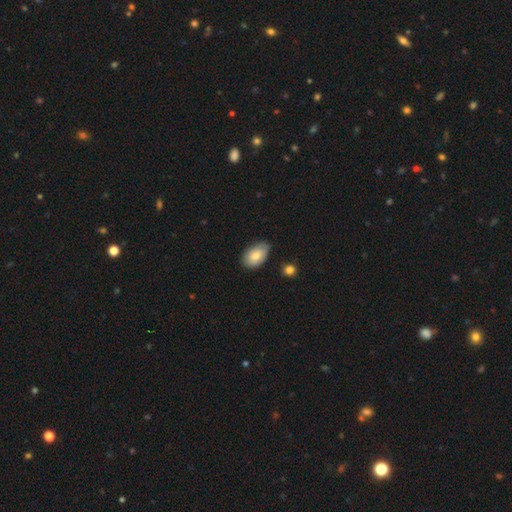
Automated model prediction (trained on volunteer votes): This appears to be a smooth galaxy with no disk features (77%) that is in between round and cigar-shaped (92%). Merging: none (71%).